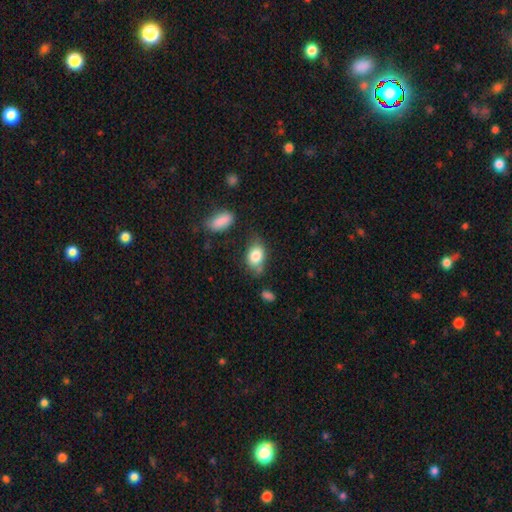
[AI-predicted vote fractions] A smooth galaxy with no disk features (81%) that is in between round and cigar-shaped (82%).

Vote fractions:
- Smooth or featured? smooth: 81% / featured or disk: 11% / star or artifact: 8%
- How rounded? in between: 82% / round: 17% / cigar-shaped: 2%
- Merging? none: 59% / minor disturbance: 27% / merger: 7% / major disturbance: 7%